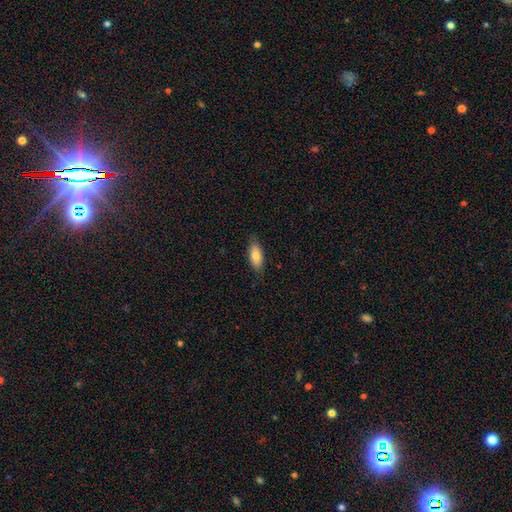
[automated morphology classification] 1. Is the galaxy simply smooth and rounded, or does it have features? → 79% smooth, 15% featured or disk, 6% star or artifact.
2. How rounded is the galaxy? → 78% in between, 20% cigar-shaped, 2% round.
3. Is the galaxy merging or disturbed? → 83% none, 14% minor disturbance, 2% major disturbance, 1% merger.